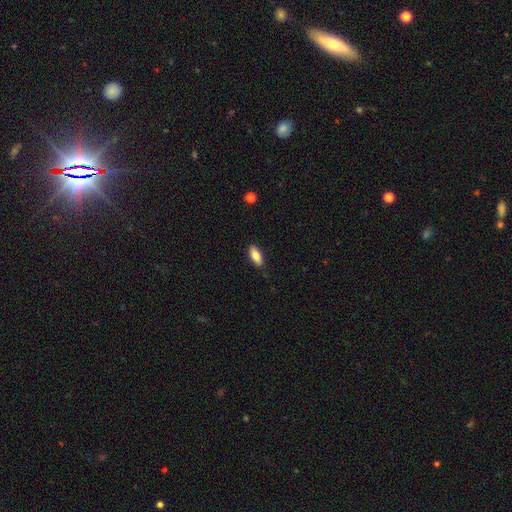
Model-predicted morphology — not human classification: The model was most divided on "how rounded": in between: 77%, cigar-shaped: 21%, round: 2%. More confident: merging — none (87%); smooth or featured — smooth (78%).